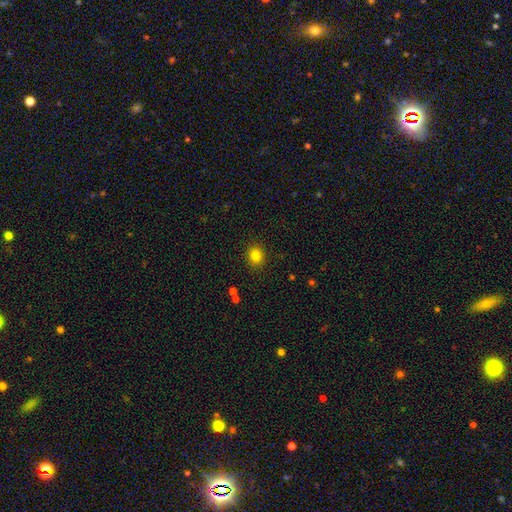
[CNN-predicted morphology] Q: Smooth or featured?
A: smooth (83%); runner-up: star or artifact (12%)
Q: How rounded?
A: round (77%); runner-up: in between (22%)
Q: Merging?
A: none (90%); runner-up: minor disturbance (7%)